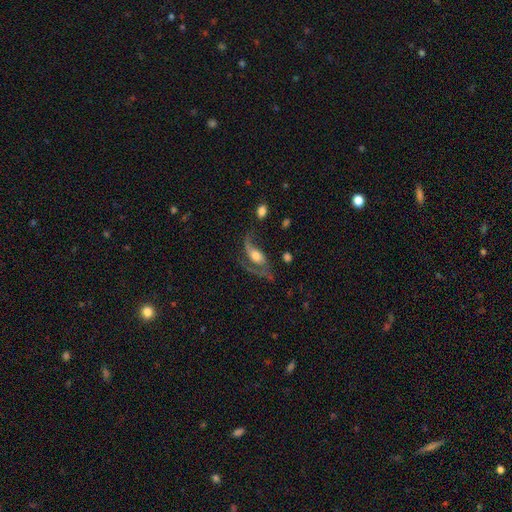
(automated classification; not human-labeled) smooth_or_featured: featured or disk (p=0.74) [alt: smooth p=0.19]
disk_edge_on: no (p=0.93) [alt: yes p=0.07]
bar: no (p=0.56) [alt: weak p=0.32]
has_spiral_arms: yes (p=0.88) [alt: no p=0.12]
spiral_winding: loose (p=0.61) [alt: medium p=0.31]
spiral_arm_count: 2 (p=0.73) [alt: 1 p=0.18]
bulge_size: moderate (p=0.50) [alt: large p=0.27]
merging: none (p=0.41) [alt: major disturbance p=0.36]